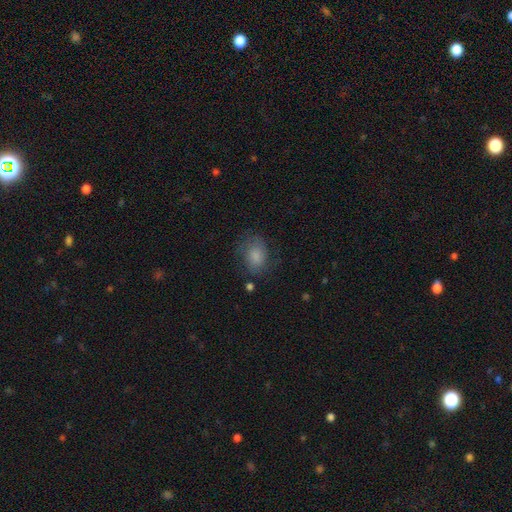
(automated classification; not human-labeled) Smooth or featured? Predicted: smooth (p=0.78). How rounded? Predicted: in between (p=0.71). Merging? Predicted: none (p=0.66).